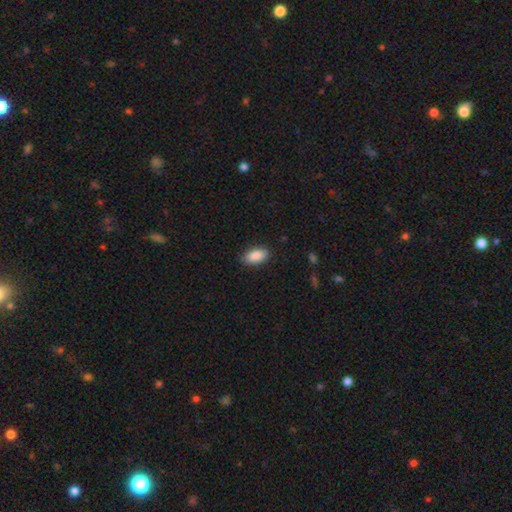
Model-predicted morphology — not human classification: This is clearly a smooth galaxy (89%). How rounded: clearly in between (92%). Merging: clearly none (87%).